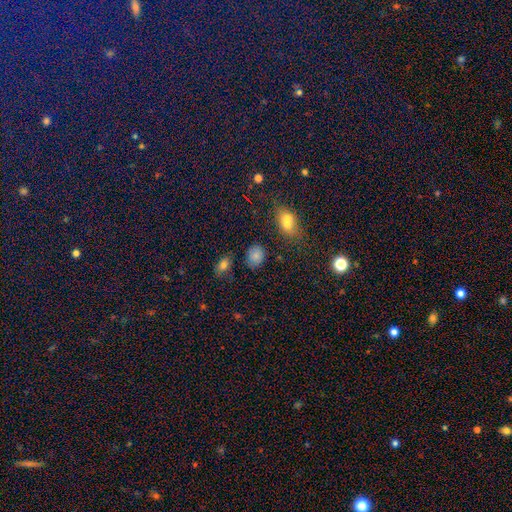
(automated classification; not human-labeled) smooth_or_featured: smooth (p=0.79) [alt: star or artifact p=0.14]
how_rounded: round (p=0.54) [alt: in between p=0.44]
merging: none (p=0.77) [alt: minor disturbance p=0.15]